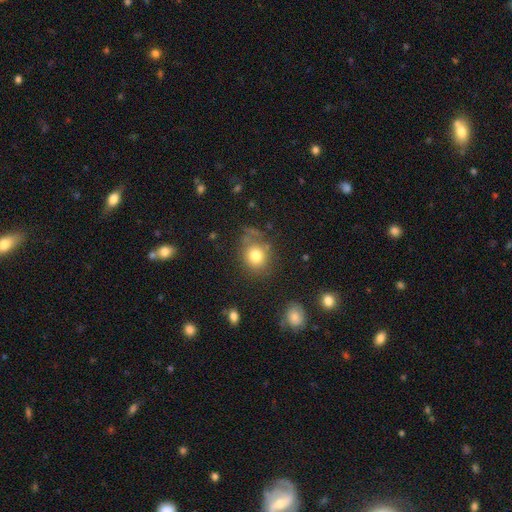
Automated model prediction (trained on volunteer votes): Smooth or featured?
  - smooth: 79% *
  - star or artifact: 11%
  - featured or disk: 10%
How rounded?
  - round: 72% *
  - in between: 27%
  - cigar-shaped: 1%
Merging?
  - none: 66% *
  - minor disturbance: 19%
  - major disturbance: 9%
  - merger: 6%